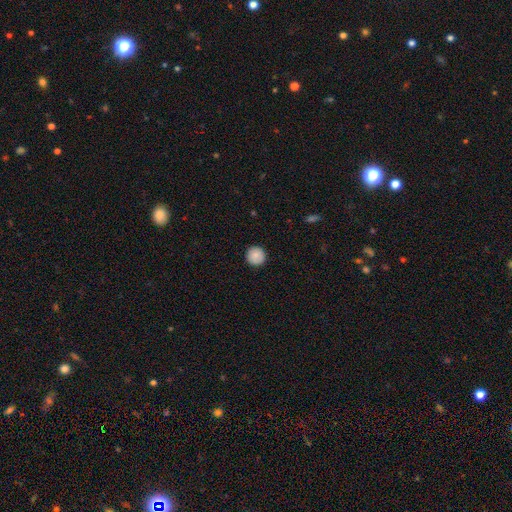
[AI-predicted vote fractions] Smooth or featured? Predicted: smooth (p=0.88). How rounded? Predicted: round (p=0.96). Merging? Predicted: none (p=0.92).